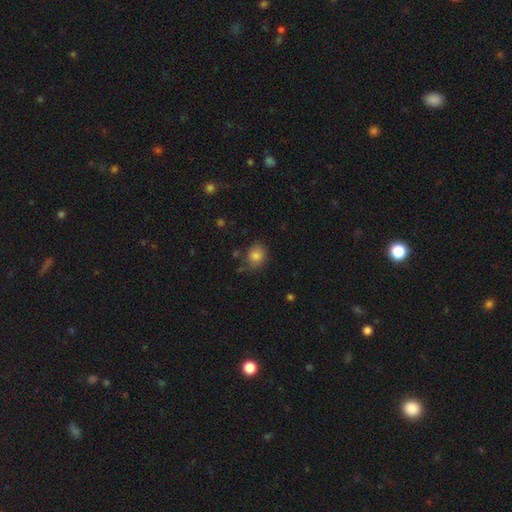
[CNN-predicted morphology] Q: Smooth or featured?
A: smooth (82%); runner-up: star or artifact (11%)
Q: How rounded?
A: round (61%); runner-up: in between (38%)
Q: Merging?
A: none (75%); runner-up: minor disturbance (17%)